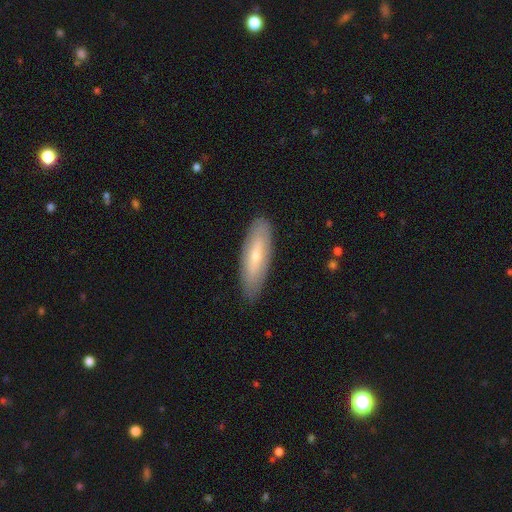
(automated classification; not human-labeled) Smooth or featured: smooth — 54% (featured or disk — 39%)
How rounded: cigar-shaped — 52% (in between — 46%)
Merging: none — 86% (minor disturbance — 11%)